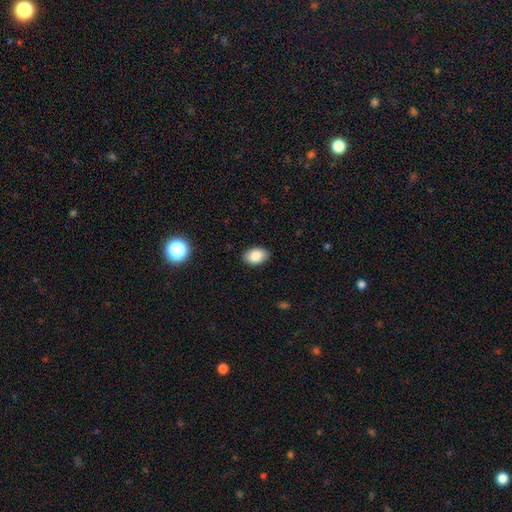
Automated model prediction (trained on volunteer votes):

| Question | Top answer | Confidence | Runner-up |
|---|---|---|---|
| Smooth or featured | smooth | 85% | star or artifact (8%) |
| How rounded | in between | 87% | round (11%) |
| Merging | none | 87% | minor disturbance (10%) |